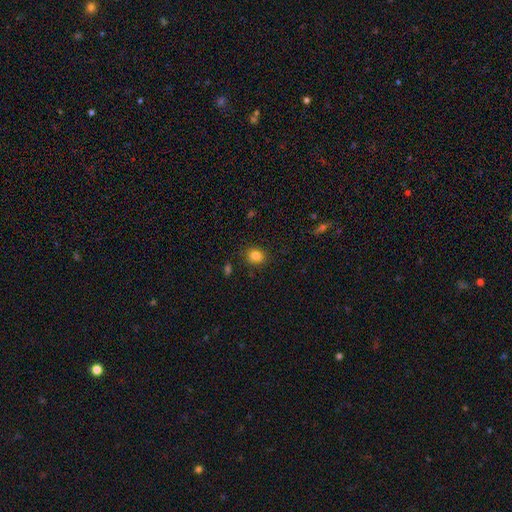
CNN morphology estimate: A smooth galaxy with no disk features (83%) that is round (69%).

Vote fractions:
- Smooth or featured? smooth: 83% / star or artifact: 11% / featured or disk: 6%
- How rounded? round: 69% / in between: 30% / cigar-shaped: 1%
- Merging? none: 85% / minor disturbance: 10% / major disturbance: 3% / merger: 2%